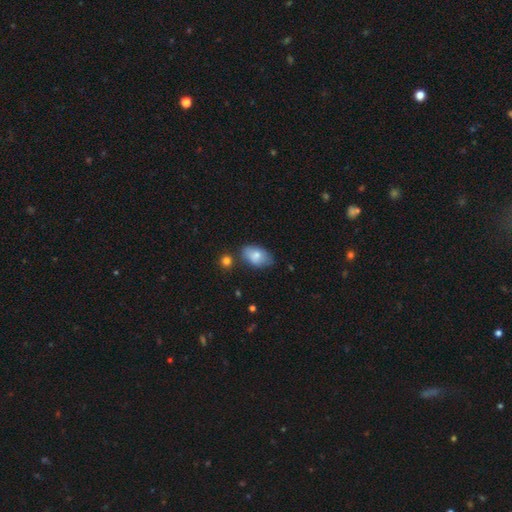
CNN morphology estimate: Smooth or featured? smooth (76%)
How rounded? in between (90%)
Merging? none (64%)